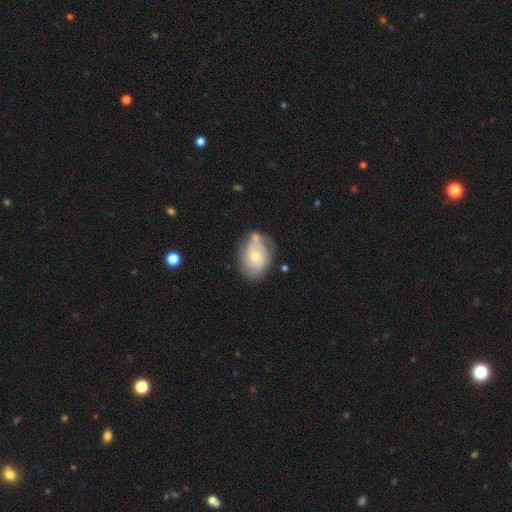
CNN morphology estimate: Smooth or featured? Predicted: featured or disk (p=0.56). Edge-on disk? Predicted: no (p=0.96). Bar? Predicted: no (p=0.78). Spiral arms? Predicted: yes (p=0.69). Bulge size? Predicted: small (p=0.50). Merging? Predicted: none (p=0.50).